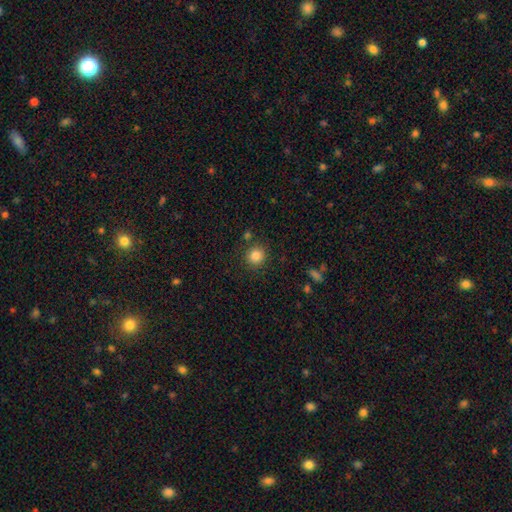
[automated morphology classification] This is clearly a smooth galaxy (84%). How rounded: clearly round (92%). Merging: clearly none (86%).